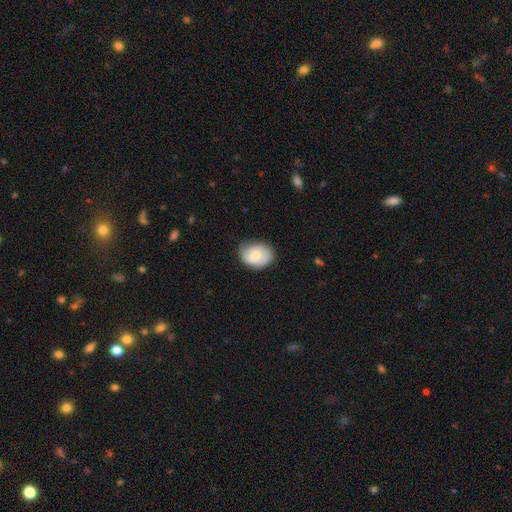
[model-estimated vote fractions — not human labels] Smooth or featured? Predicted: smooth (p=0.70). How rounded? Predicted: in between (p=0.62). Merging? Predicted: none (p=0.65).